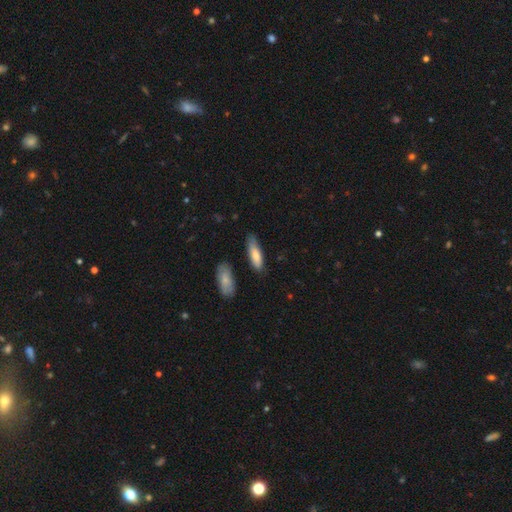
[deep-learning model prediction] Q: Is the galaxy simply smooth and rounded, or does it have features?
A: smooth — 77%.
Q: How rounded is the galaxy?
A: cigar-shaped — 52%.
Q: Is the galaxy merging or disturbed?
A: none — 74%.